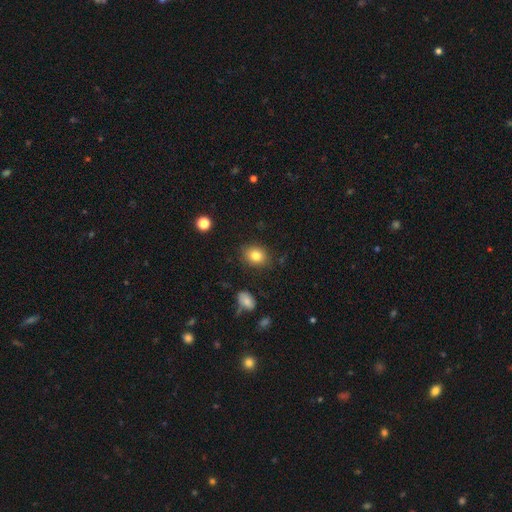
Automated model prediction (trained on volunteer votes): This appears to be a smooth galaxy with no disk features (81%) that is in between round and cigar-shaped (54%). Merging: none (85%).